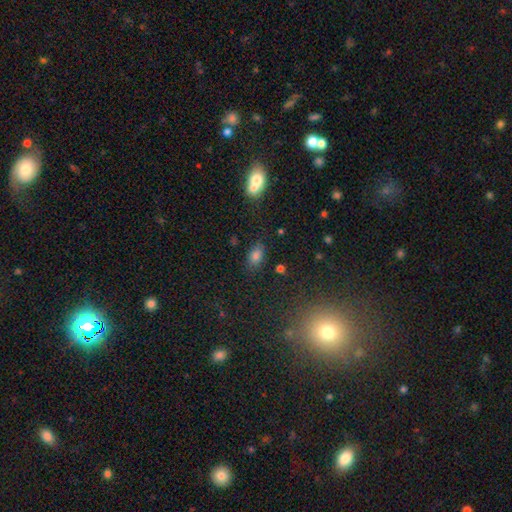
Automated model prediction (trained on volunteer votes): This appears to be a smooth galaxy with no disk features (77%) that is in between round and cigar-shaped (85%). Merging: none (78%).